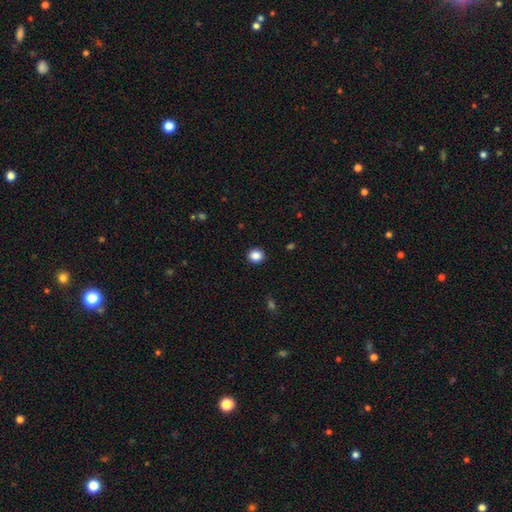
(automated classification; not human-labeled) This is clearly a smooth galaxy (86%). How rounded: clearly round (85%). Merging: clearly none (92%).